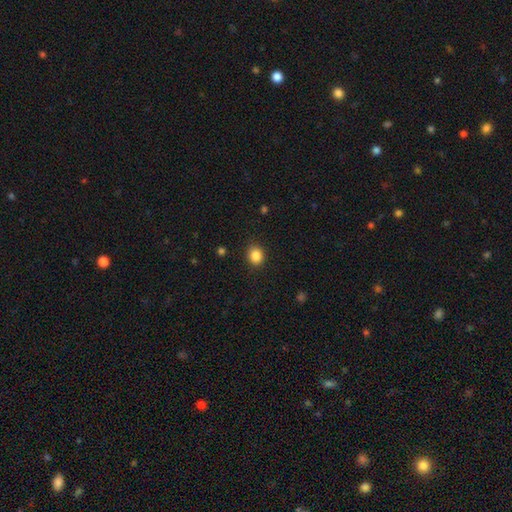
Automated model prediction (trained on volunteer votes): Smooth or featured? smooth (86%)
How rounded? round (69%)
Merging? none (86%)